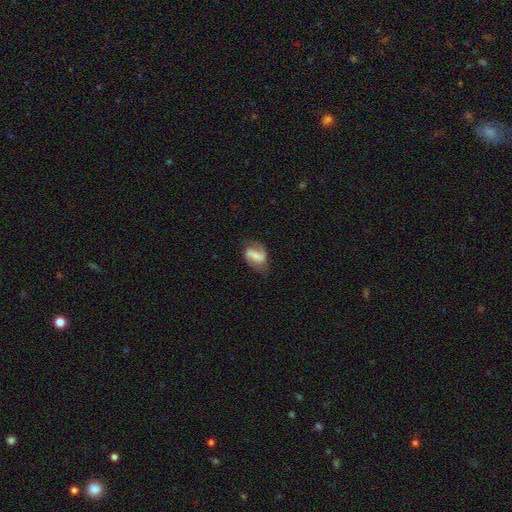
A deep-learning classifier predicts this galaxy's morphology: Q: Smooth or featured?
A: featured or disk (72%); runner-up: smooth (21%)
Q: Edge-on disk?
A: no (97%); runner-up: yes (3%)
Q: Bar?
A: strong (45%); runner-up: weak (37%)
Q: Spiral arms?
A: yes (90%); runner-up: no (10%)
Q: Spiral winding?
A: loose (45%); runner-up: medium (40%)
Q: Spiral arm count?
A: 2 (86%); runner-up: 1 (6%)
Q: Bulge size?
A: none (35%); tied with: small (35%)
Q: Merging?
A: none (63%); runner-up: minor disturbance (23%)